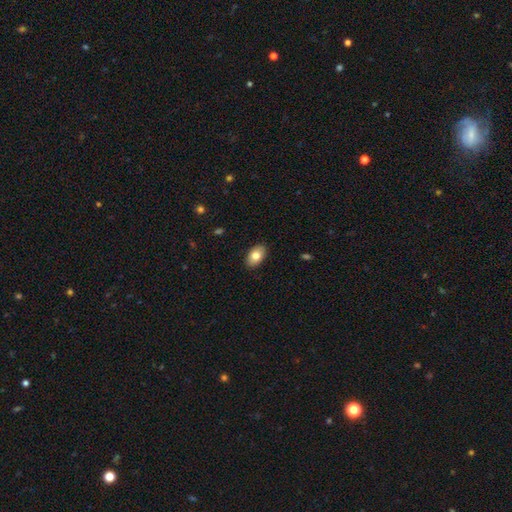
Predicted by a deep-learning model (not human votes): This appears to be a smooth galaxy with no disk features (81%) that is in between round and cigar-shaped (92%). Merging: none (89%).